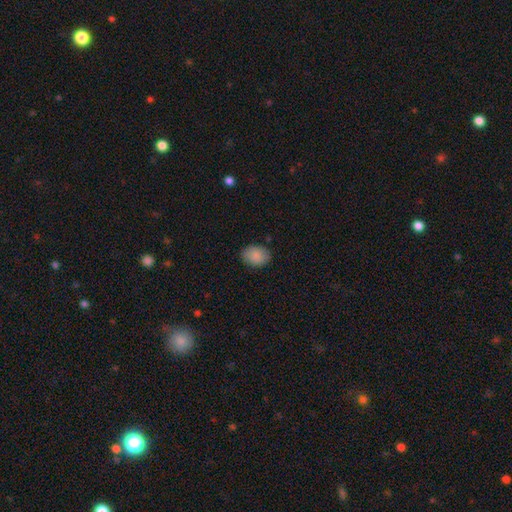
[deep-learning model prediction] Smooth or featured? Predicted: smooth (p=0.87). How rounded? Predicted: in between (p=0.69). Merging? Predicted: none (p=0.84).